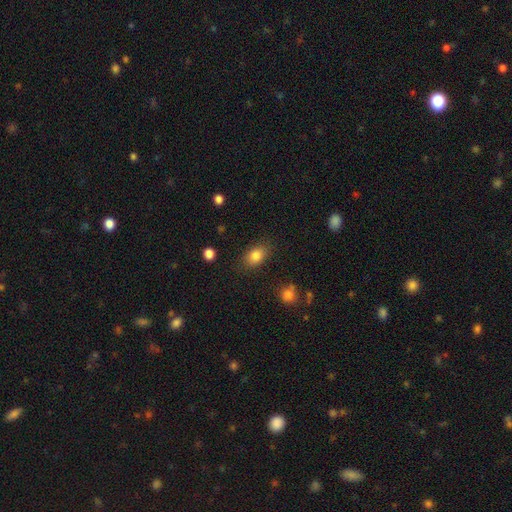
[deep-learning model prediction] smooth-or-featured: smooth: 83% | star or artifact: 9% | featured or disk: 7%
  how-rounded: in between: 80% | round: 18% | cigar-shaped: 2%
  merging: none: 81% | minor disturbance: 13% | major disturbance: 4% | merger: 2%